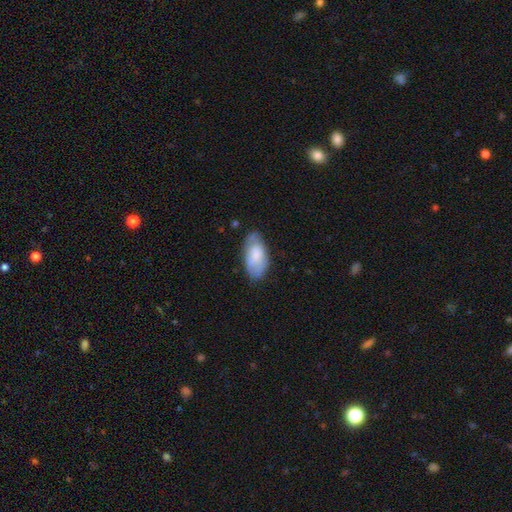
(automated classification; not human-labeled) Q: Smooth or featured?
A: smooth (73%); runner-up: featured or disk (20%)
Q: How rounded?
A: in between (95%); runner-up: cigar-shaped (3%)
Q: Merging?
A: none (67%); runner-up: minor disturbance (25%)